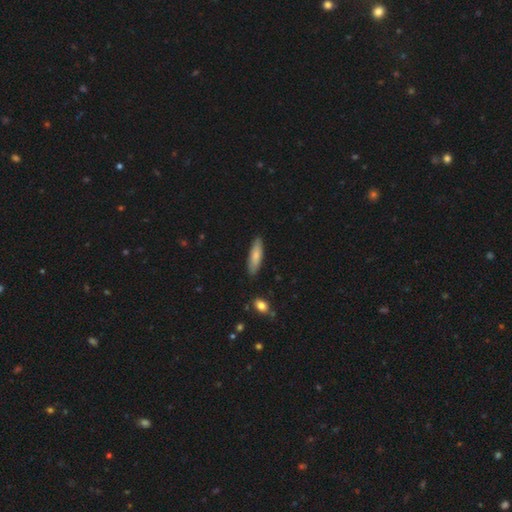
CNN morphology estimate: smooth_or_featured: smooth (p=0.77) [alt: featured or disk p=0.17]
how_rounded: cigar-shaped (p=0.62) [alt: in between p=0.36]
merging: none (p=0.86) [alt: minor disturbance p=0.10]